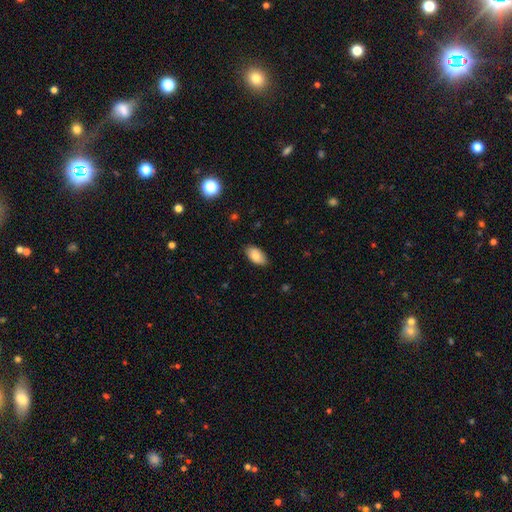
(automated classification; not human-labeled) A smooth galaxy with no disk features (80%) that is in between round and cigar-shaped (95%). Merging: none (85%).